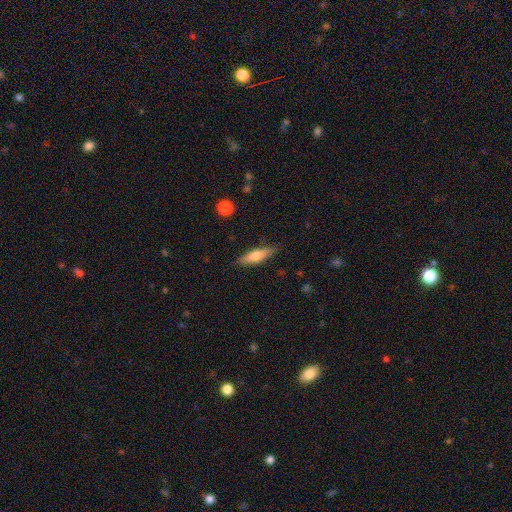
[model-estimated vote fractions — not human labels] Q: Smooth or featured?
A: smooth (62%); runner-up: featured or disk (32%)
Q: How rounded?
A: cigar-shaped (64%); runner-up: in between (34%)
Q: Merging?
A: none (85%); runner-up: minor disturbance (11%)